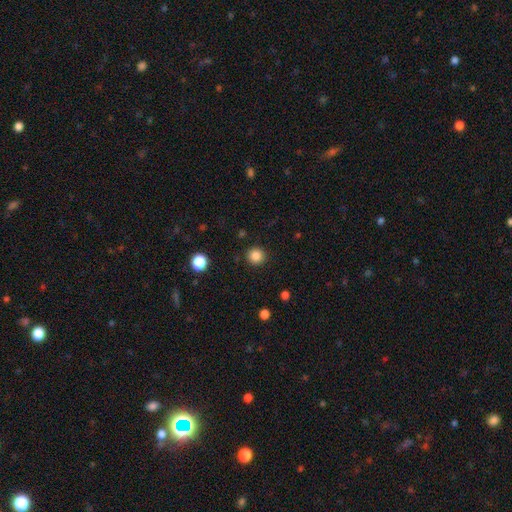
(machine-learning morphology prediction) smooth 85%, star or artifact 12%, featured or disk 3%. Down the decision tree: how rounded — round (93%); merging — none (91%).